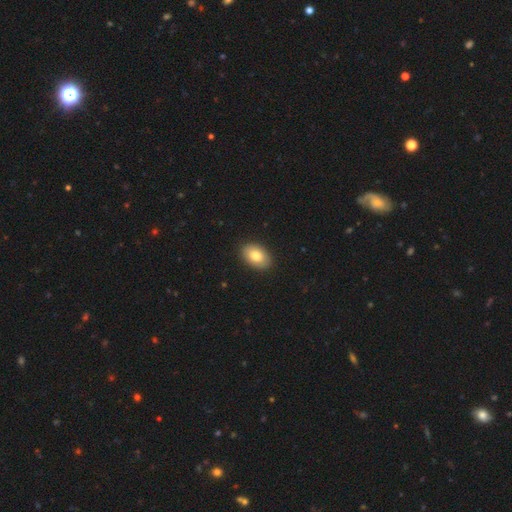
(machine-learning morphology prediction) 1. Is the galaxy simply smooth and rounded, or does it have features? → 81% smooth, 12% featured or disk, 7% star or artifact.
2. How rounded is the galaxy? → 88% in between, 11% round, 1% cigar-shaped.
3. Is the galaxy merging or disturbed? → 90% none, 7% minor disturbance, 2% major disturbance, 1% merger.